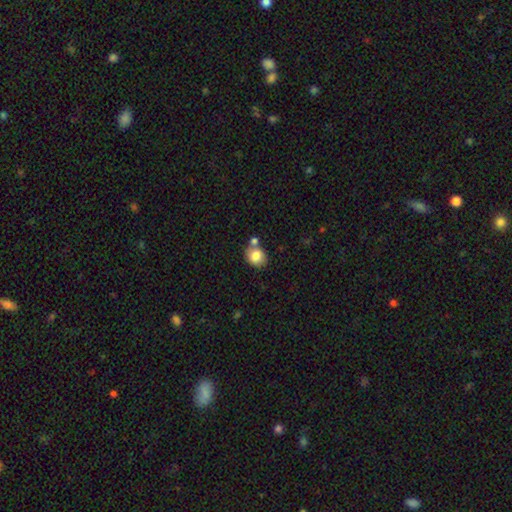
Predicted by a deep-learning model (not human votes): The model was most divided on "how rounded": round: 66%, in between: 33%, cigar-shaped: 1%. More confident: smooth or featured — smooth (82%); merging — none (60%).